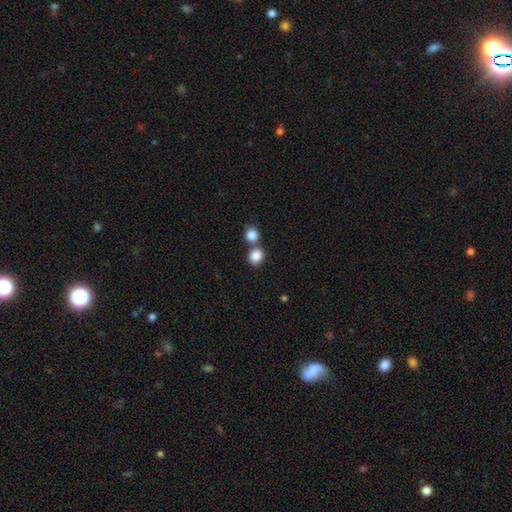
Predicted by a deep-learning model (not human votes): The model was most divided on "merging": none: 55%, merger: 35%, minor disturbance: 7%, major disturbance: 3%. More confident: smooth or featured — smooth (86%); how rounded — round (79%).